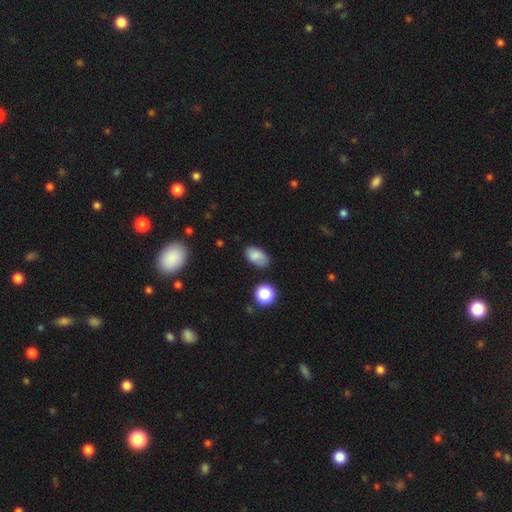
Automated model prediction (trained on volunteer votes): A smooth galaxy with no disk features (81%) that is in between round and cigar-shaped (91%).

Vote fractions:
- Smooth or featured? smooth: 81% / star or artifact: 10% / featured or disk: 9%
- How rounded? in between: 91% / round: 8% / cigar-shaped: 2%
- Merging? none: 68% / minor disturbance: 23% / major disturbance: 5% / merger: 4%